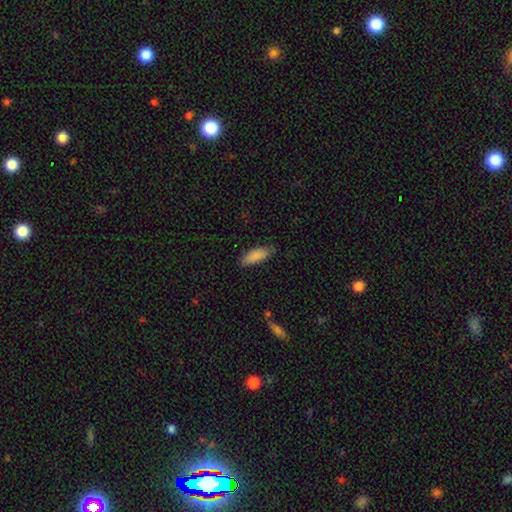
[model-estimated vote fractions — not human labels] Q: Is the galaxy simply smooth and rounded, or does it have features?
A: smooth — 88%.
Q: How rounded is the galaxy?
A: in between — 69%.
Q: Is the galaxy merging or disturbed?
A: none — 80%.